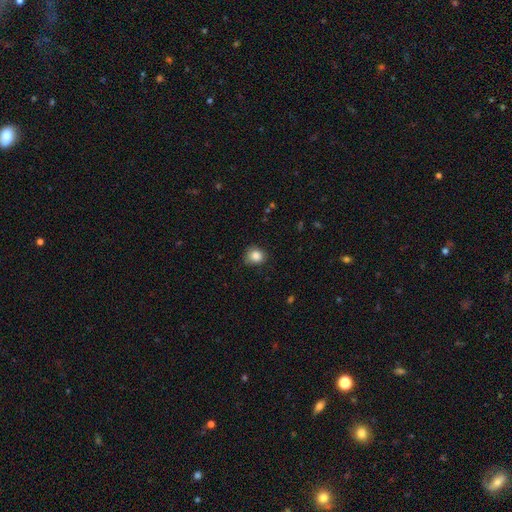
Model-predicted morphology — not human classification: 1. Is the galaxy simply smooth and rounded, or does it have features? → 86% smooth, 10% star or artifact, 5% featured or disk.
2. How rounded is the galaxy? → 79% round, 20% in between, 1% cigar-shaped.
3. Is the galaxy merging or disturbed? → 73% none, 21% minor disturbance, 4% major disturbance, 1% merger.